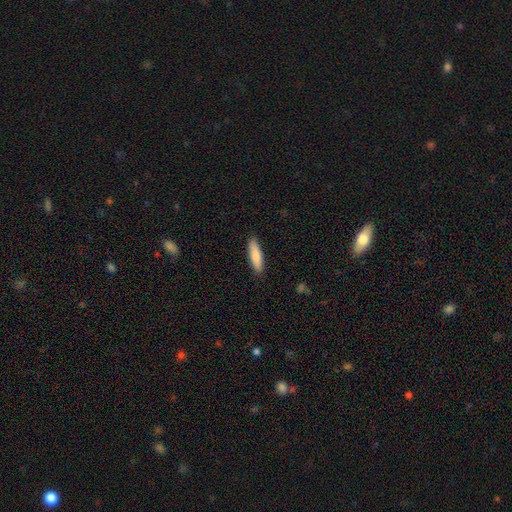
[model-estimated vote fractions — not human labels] Morphology: type=smooth (80%); roundness=cigar-shaped (69%); merging=none (88%).